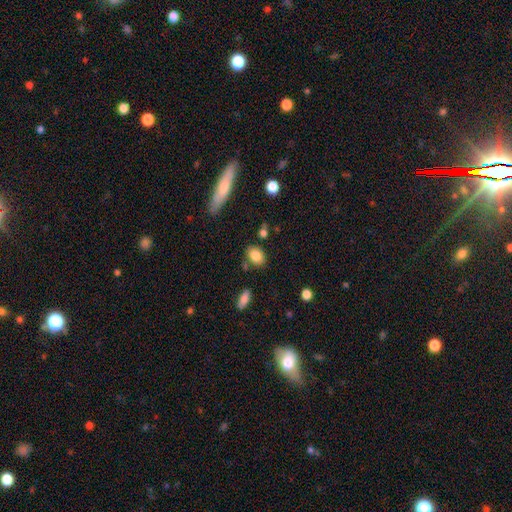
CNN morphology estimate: Smooth or featured? smooth (83%)
How rounded? in between (71%)
Merging? none (79%)